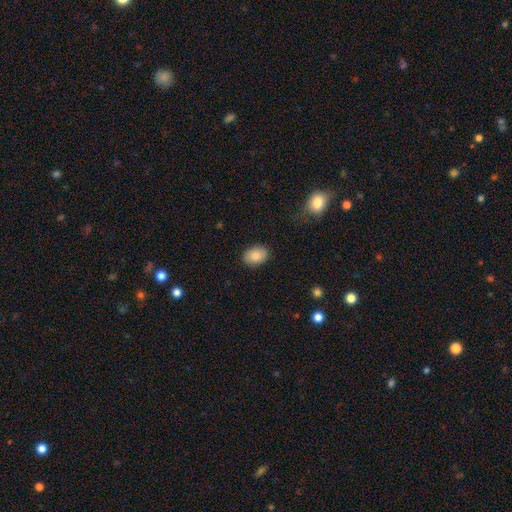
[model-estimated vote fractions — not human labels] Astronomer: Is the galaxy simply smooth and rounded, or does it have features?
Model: smooth — 88%.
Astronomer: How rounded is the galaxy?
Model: in between — 77%.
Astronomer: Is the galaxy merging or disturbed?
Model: none — 86%.